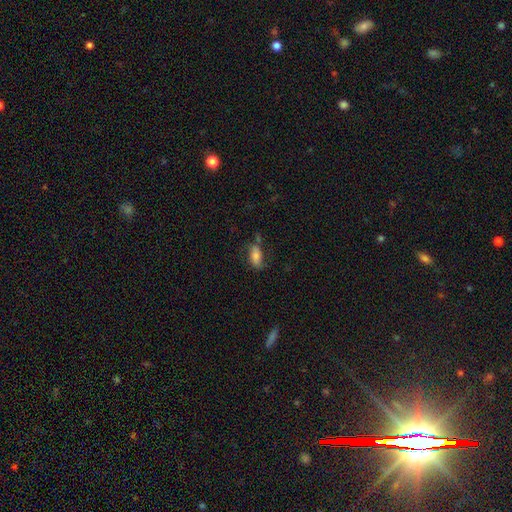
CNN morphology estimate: type=smooth (73%); roundness=in between (88%); merging=none (55%).